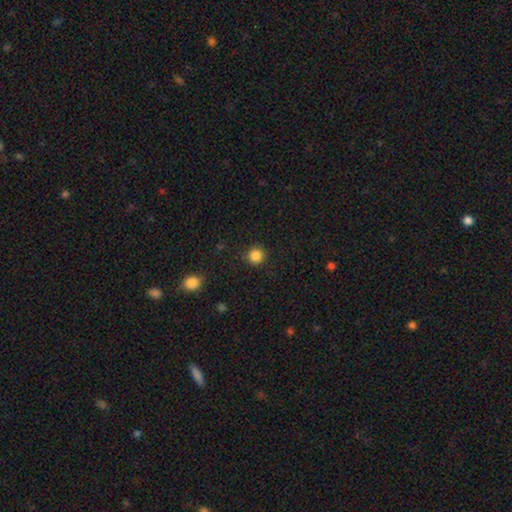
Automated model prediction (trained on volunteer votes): This appears to be a smooth galaxy with no disk features (85%) that is round (94%). Merging: none (90%).